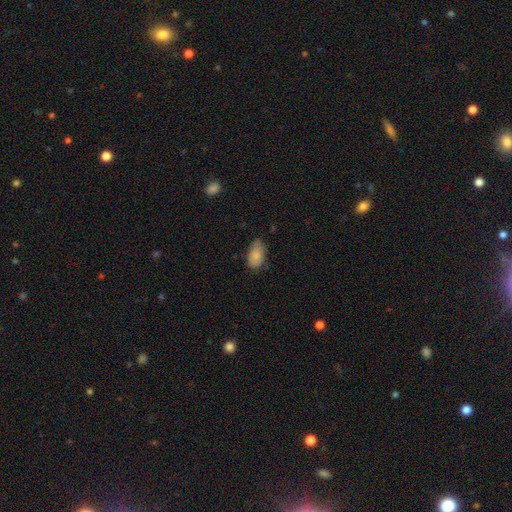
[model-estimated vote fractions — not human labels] smooth_or_featured: smooth (p=0.85) [alt: featured or disk p=0.08]
how_rounded: in between (p=0.93) [alt: round p=0.05]
merging: none (p=0.68) [alt: minor disturbance p=0.26]